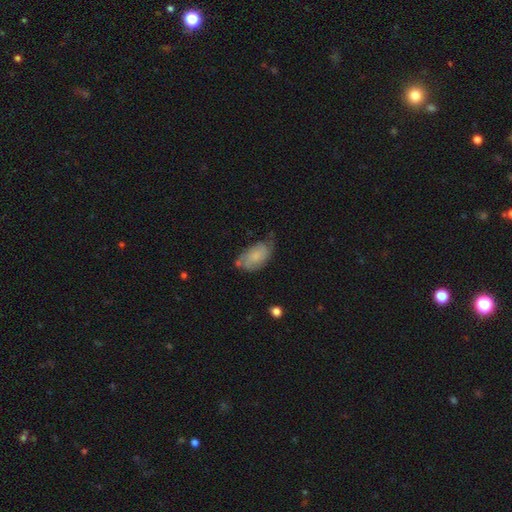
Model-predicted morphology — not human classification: smooth_or_featured: featured or disk (p=0.48) [alt: smooth p=0.45]
merging: none (p=0.49) [alt: minor disturbance p=0.34]